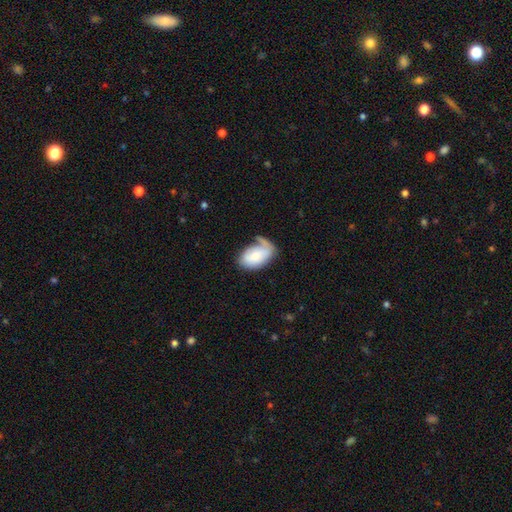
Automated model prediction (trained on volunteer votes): Q: Smooth or featured?
A: smooth (64%); runner-up: featured or disk (30%)
Q: How rounded?
A: in between (90%); runner-up: round (8%)
Q: Merging?
A: none (38%); runner-up: minor disturbance (30%)